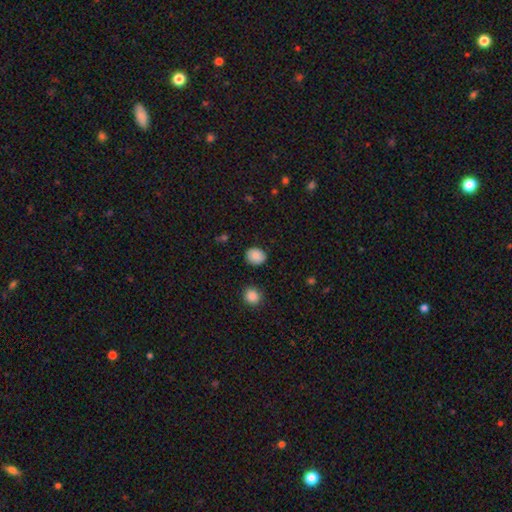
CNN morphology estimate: This appears to be a smooth galaxy with no disk features (86%) that is round (65%). Merging: none (85%).